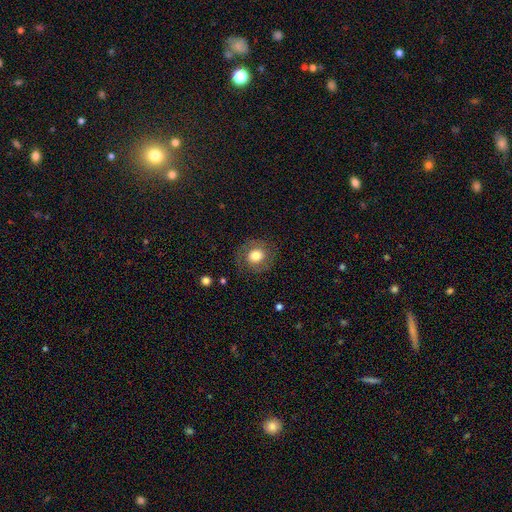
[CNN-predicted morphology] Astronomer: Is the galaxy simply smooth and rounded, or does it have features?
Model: smooth — 64%.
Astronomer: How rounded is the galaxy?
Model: round — 80%.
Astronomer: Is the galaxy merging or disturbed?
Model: none — 81%.